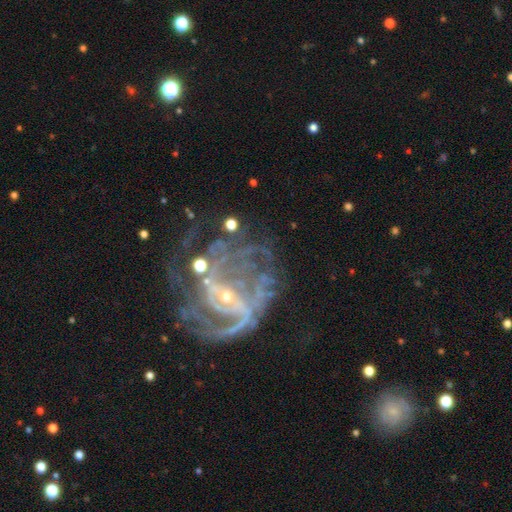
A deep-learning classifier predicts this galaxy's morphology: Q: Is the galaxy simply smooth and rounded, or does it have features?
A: featured or disk — 76%.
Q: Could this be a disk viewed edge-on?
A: no — 96%.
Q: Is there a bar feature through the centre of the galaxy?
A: weak — 36%.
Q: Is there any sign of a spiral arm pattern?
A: yes — 68%.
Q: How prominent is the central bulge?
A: small — 74%.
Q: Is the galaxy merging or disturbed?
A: major disturbance — 37%, tied with none.